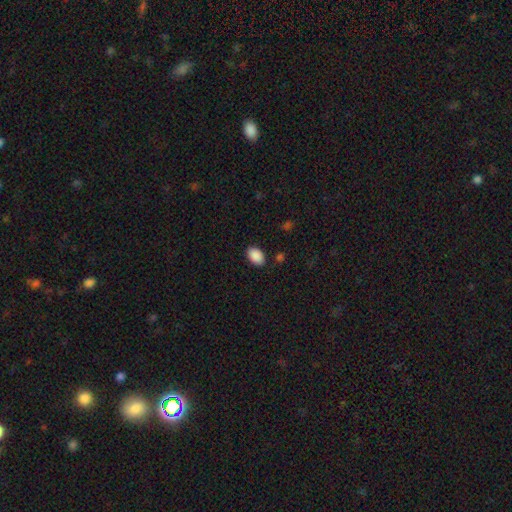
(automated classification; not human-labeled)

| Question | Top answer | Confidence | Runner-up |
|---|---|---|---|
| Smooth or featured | smooth | 90% | star or artifact (7%) |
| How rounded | in between | 90% | round (9%) |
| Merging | none | 85% | minor disturbance (11%) |